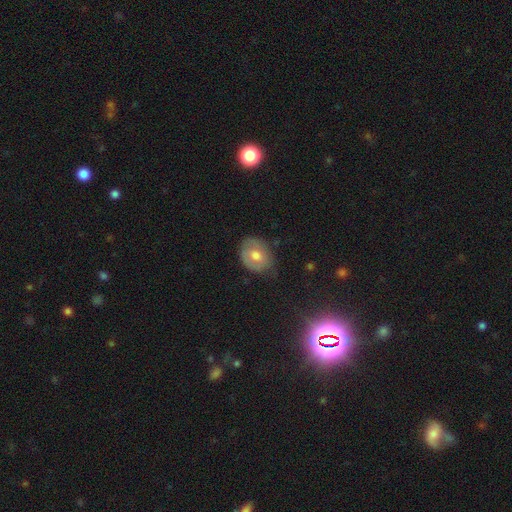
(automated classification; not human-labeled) smooth-or-featured: smooth: 58% | featured or disk: 34% | star or artifact: 8%
  how-rounded: in between: 54% | round: 45% | cigar-shaped: 1%
  merging: none: 68% | minor disturbance: 25% | major disturbance: 6% | merger: 1%